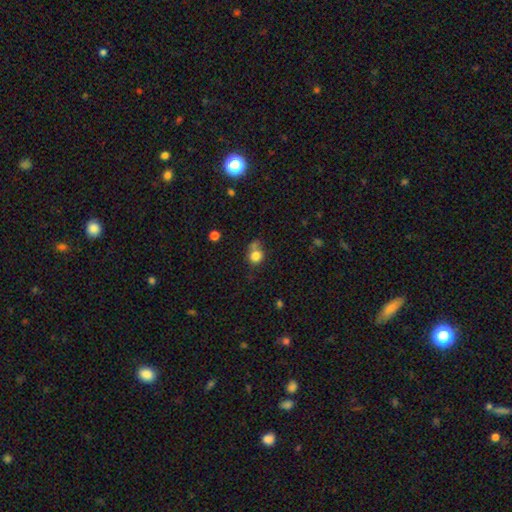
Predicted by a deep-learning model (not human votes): A smooth galaxy with no disk features (81%) that is round (81%).

Vote fractions:
- Smooth or featured? smooth: 81% / star or artifact: 11% / featured or disk: 8%
- How rounded? round: 81% / in between: 18% / cigar-shaped: 1%
- Merging? none: 51% / merger: 26% / minor disturbance: 16% / major disturbance: 7%